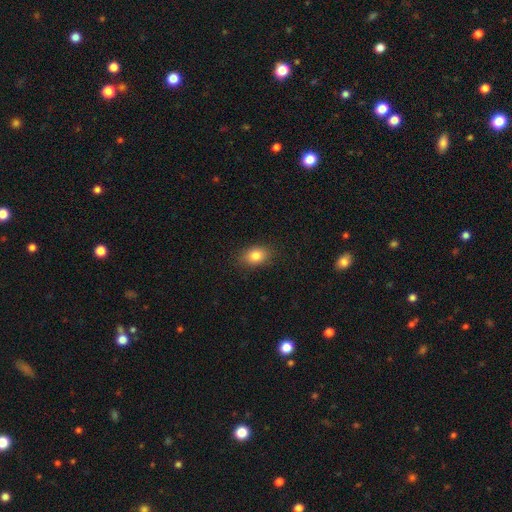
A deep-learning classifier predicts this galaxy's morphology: Smooth or featured: smooth — 83% (star or artifact — 10%)
How rounded: in between — 77% (round — 22%)
Merging: none — 86% (minor disturbance — 11%)